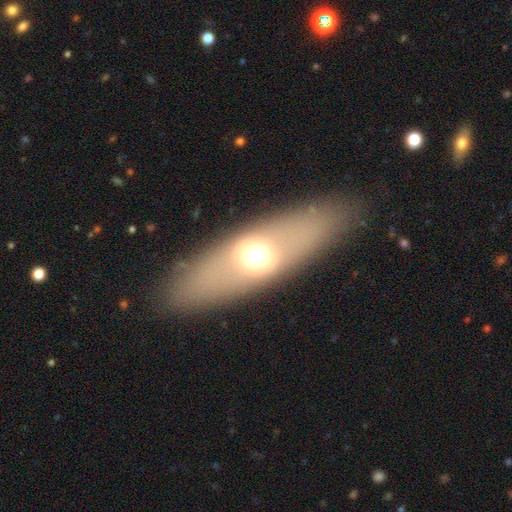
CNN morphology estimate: This appears to be a smooth galaxy with no disk features (50%). Merging: none (84%).